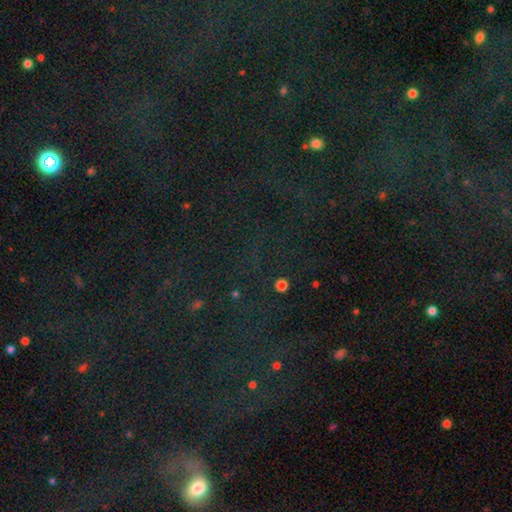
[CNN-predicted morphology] smooth-or-featured: star or artifact: 74% | smooth: 15% | featured or disk: 12%